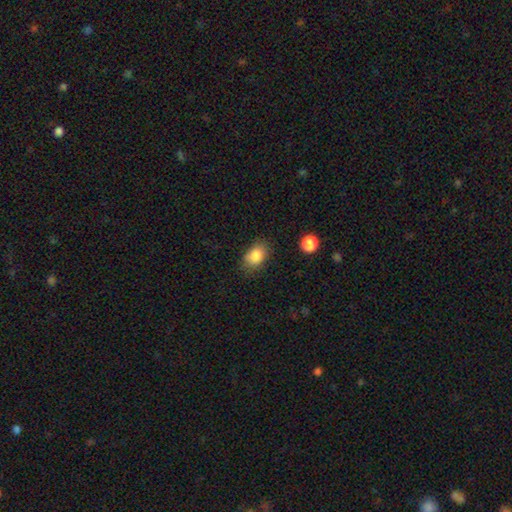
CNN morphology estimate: Smooth or featured? smooth (85%)
How rounded? in between (81%)
Merging? none (77%)